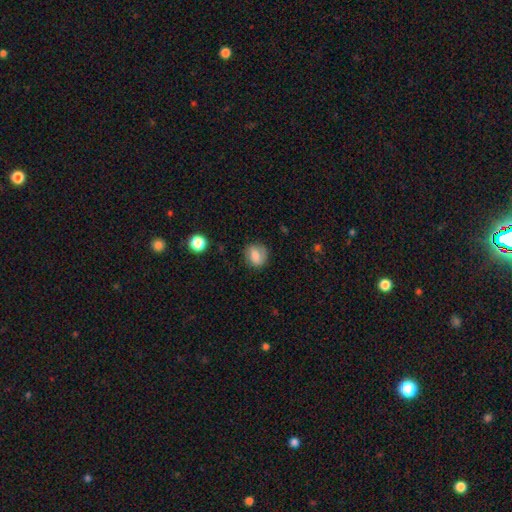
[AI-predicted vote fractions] A smooth galaxy with no disk features (75%) that is round (63%).

Vote fractions:
- Smooth or featured? smooth: 75% / featured or disk: 15% / star or artifact: 9%
- How rounded? round: 63% / in between: 35% / cigar-shaped: 1%
- Merging? none: 73% / minor disturbance: 19% / major disturbance: 6% / merger: 2%